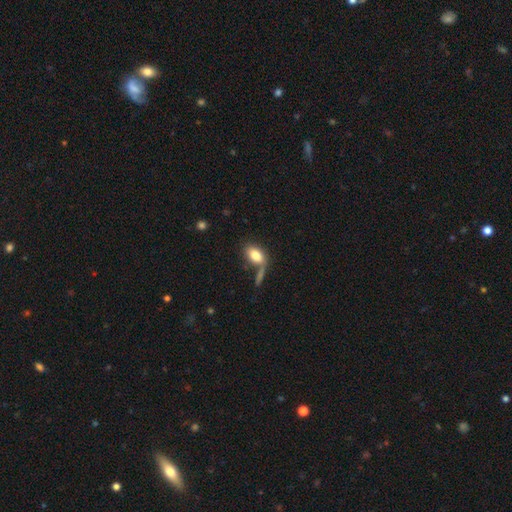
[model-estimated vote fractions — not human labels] This is likely a smooth galaxy (80%). How rounded: clearly in between (88%). Merging: possibly none (47%).